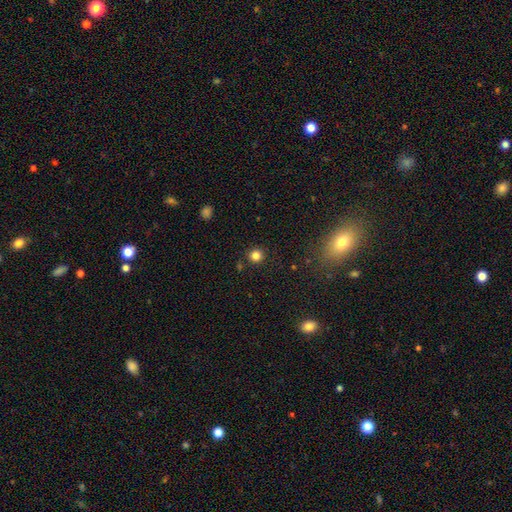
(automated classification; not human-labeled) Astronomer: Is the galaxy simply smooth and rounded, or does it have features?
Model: smooth — 82%.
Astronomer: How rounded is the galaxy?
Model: round — 94%.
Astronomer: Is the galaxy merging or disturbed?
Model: none — 90%.